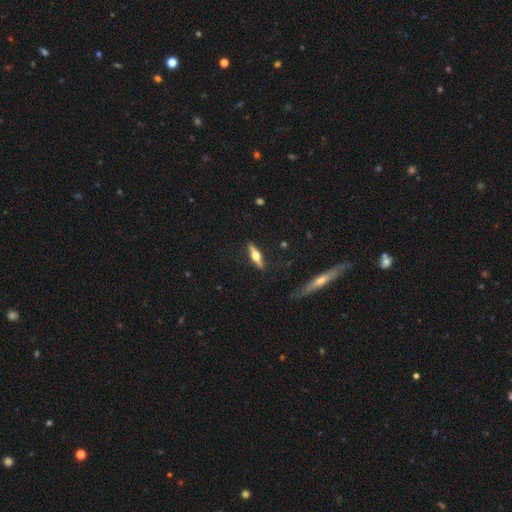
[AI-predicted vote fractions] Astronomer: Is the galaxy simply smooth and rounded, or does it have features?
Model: featured or disk — 60%.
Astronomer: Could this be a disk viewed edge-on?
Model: yes — 94%.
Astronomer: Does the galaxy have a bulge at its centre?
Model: rounded — 95%.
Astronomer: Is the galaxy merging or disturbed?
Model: none — 86%.